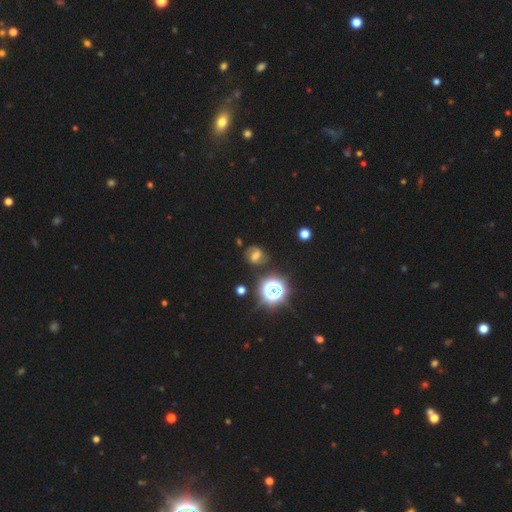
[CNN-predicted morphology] The model was most divided on "smooth or featured": featured or disk: 43%, smooth: 35%, star or artifact: 23%. More confident: merging — none (72%).